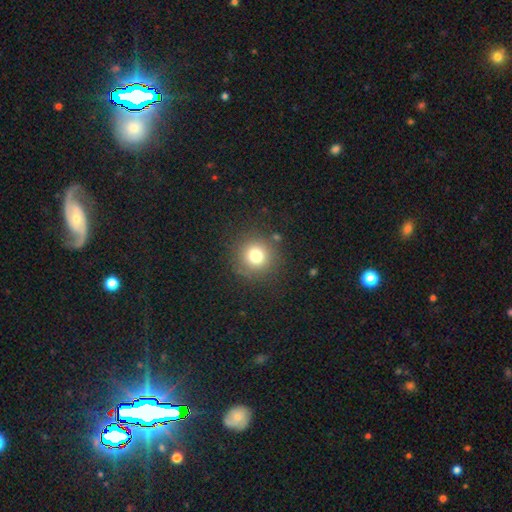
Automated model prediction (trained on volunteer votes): Smooth or featured: smooth — 76% (star or artifact — 15%)
How rounded: round — 94% (in between — 5%)
Merging: none — 87% (minor disturbance — 8%)